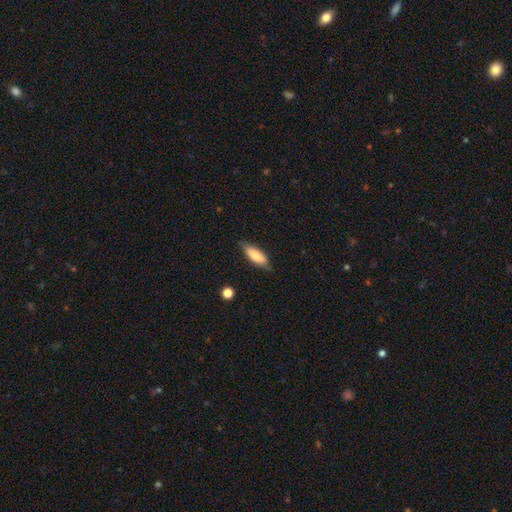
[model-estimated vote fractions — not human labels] This appears to be a smooth galaxy with no disk features (75%) that is in between round and cigar-shaped (65%). Merging: none (74%).